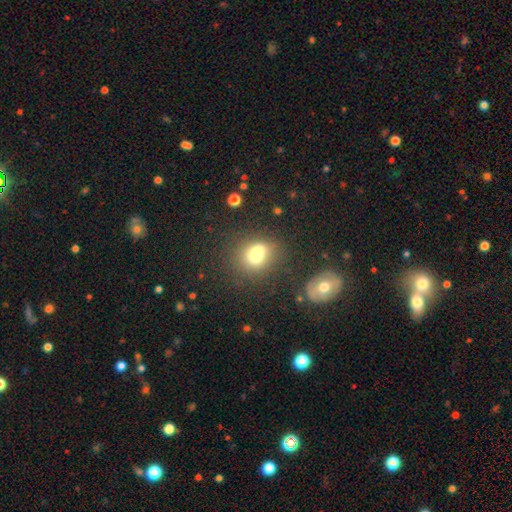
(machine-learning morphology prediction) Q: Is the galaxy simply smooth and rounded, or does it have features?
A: smooth — 68%.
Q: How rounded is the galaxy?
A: round — 63%.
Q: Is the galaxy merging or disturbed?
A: none — 43%.